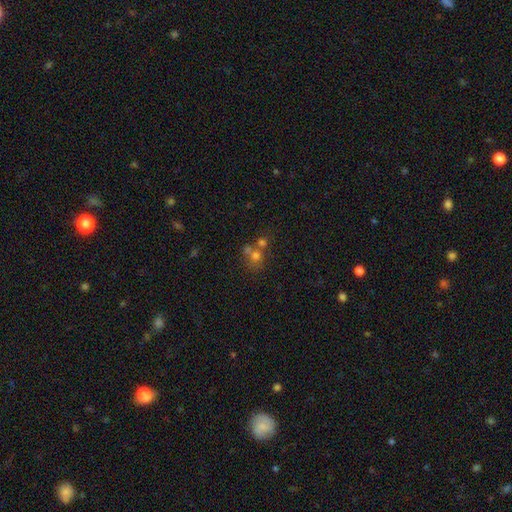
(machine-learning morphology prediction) This is likely a smooth galaxy (63%). How rounded: clearly round (80%). Merging: possibly merger (48%).